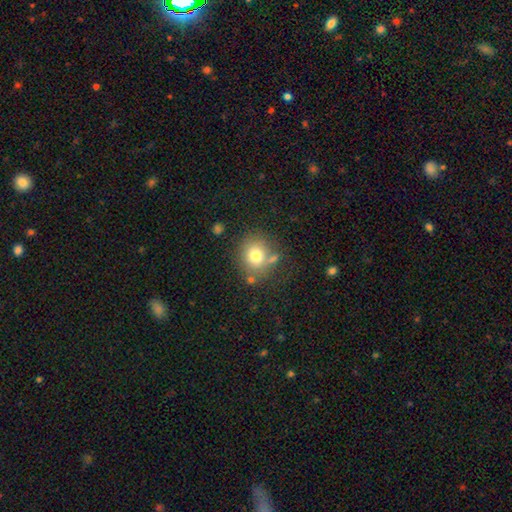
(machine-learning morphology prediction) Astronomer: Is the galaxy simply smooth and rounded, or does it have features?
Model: smooth — 75%.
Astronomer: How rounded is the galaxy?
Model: round — 77%.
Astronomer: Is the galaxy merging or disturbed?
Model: none — 69%.